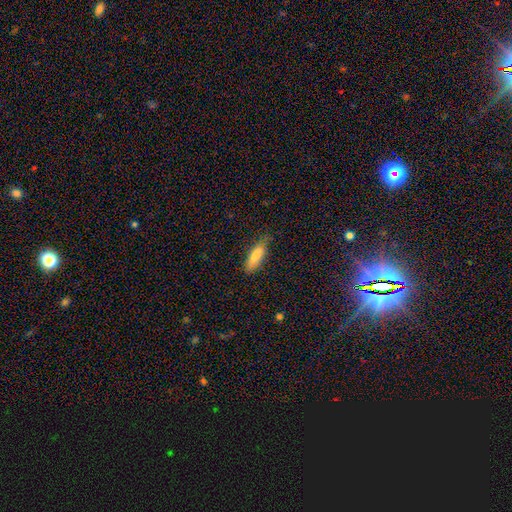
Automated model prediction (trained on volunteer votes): Smooth or featured: smooth — 83% (featured or disk — 11%)
How rounded: in between — 56% (cigar-shaped — 42%)
Merging: none — 76% (minor disturbance — 19%)